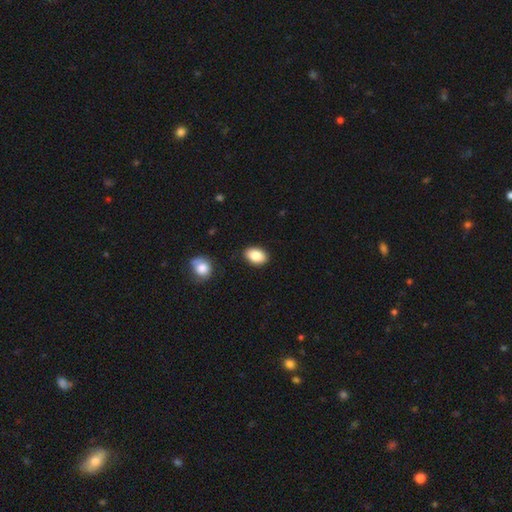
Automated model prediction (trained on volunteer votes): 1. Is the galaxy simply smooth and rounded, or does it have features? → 86% smooth, 7% star or artifact, 6% featured or disk.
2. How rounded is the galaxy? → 87% in between, 11% round, 1% cigar-shaped.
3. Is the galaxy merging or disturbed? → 87% none, 9% minor disturbance, 2% merger, 2% major disturbance.